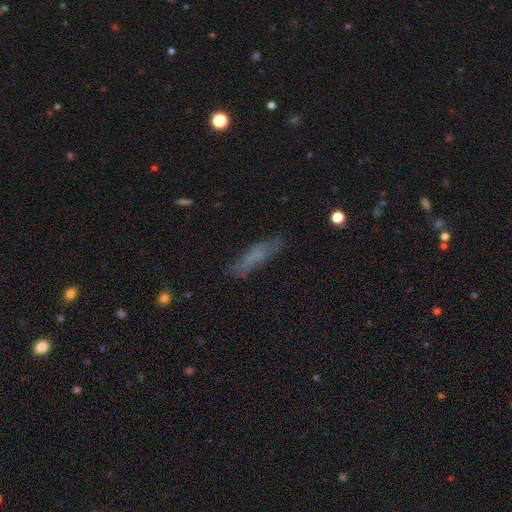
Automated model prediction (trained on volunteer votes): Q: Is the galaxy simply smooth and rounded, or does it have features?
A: smooth — 60%.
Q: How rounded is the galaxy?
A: cigar-shaped — 71%.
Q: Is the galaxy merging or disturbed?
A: none — 71%.